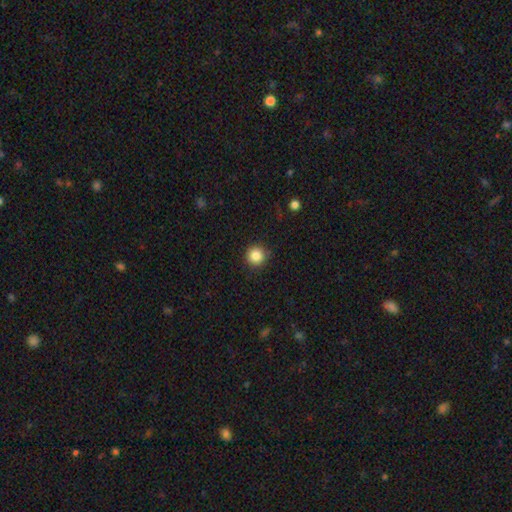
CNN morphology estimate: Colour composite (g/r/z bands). It shows a smooth galaxy with no disk features (86%) that is round (95%). Merging: none (91%).